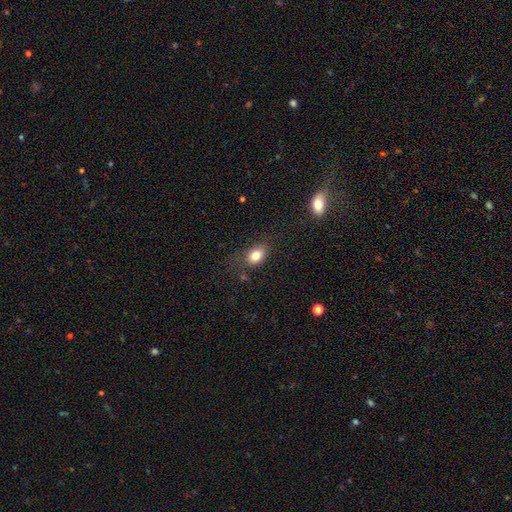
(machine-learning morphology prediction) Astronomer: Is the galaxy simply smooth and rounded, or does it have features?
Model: smooth — 81%.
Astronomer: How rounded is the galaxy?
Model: in between — 71%.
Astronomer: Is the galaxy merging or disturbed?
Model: none — 72%.